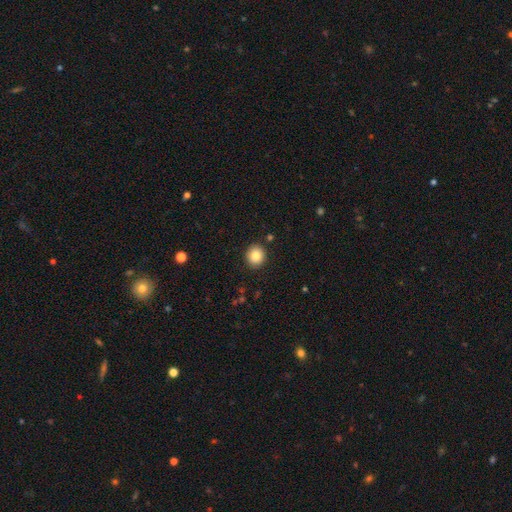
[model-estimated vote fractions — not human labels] Smooth or featured? smooth (84%)
How rounded? round (86%)
Merging? none (91%)